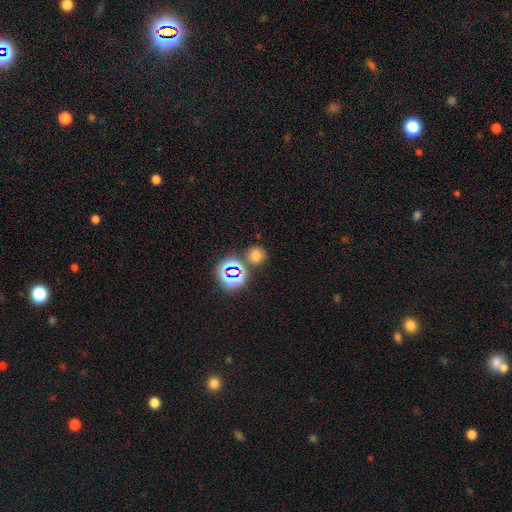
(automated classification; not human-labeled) This appears to be a smooth galaxy with no disk features (63%) that is round (79%). Merging: none (75%).